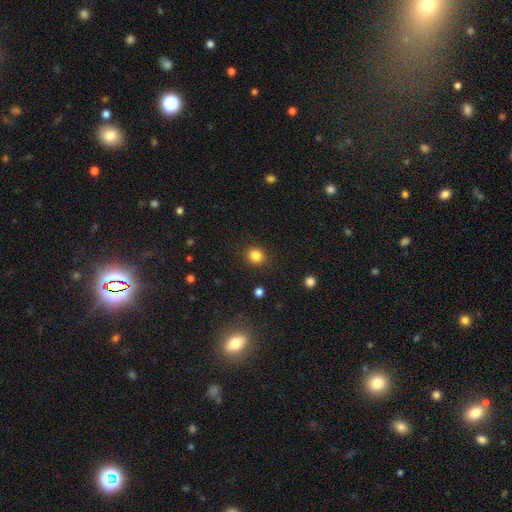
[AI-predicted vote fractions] Smooth or featured? smooth (84%)
How rounded? round (80%)
Merging? none (88%)